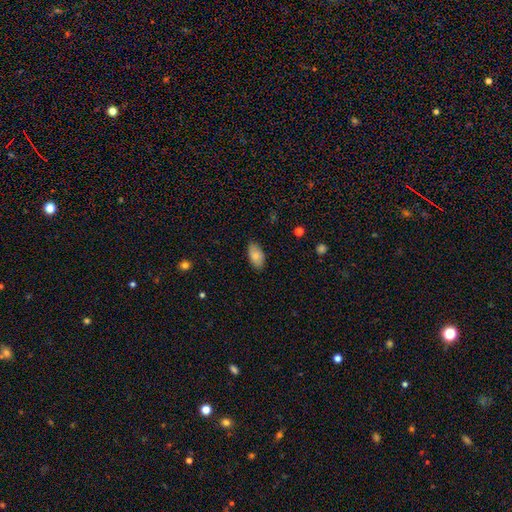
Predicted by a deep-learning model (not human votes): A smooth galaxy with no disk features (84%) that is in between round and cigar-shaped (94%).

Vote fractions:
- Smooth or featured? smooth: 84% / featured or disk: 9% / star or artifact: 7%
- How rounded? in between: 94% / round: 3% / cigar-shaped: 3%
- Merging? none: 84% / minor disturbance: 13% / major disturbance: 2% / merger: 1%